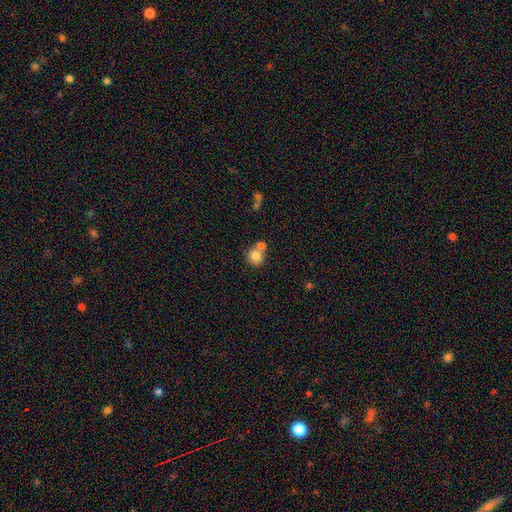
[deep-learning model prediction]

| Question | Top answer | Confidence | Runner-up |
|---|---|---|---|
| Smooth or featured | smooth | 80% | featured or disk (10%) |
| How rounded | round | 89% | in between (10%) |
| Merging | none | 52% | merger (37%) |